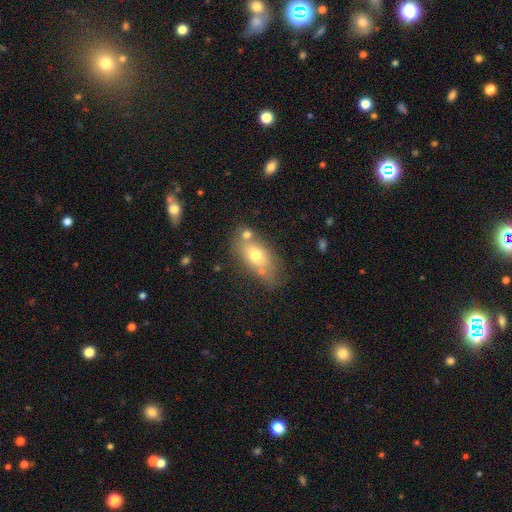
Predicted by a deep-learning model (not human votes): Smooth or featured? smooth (66%)
How rounded? in between (84%)
Merging? none (57%)